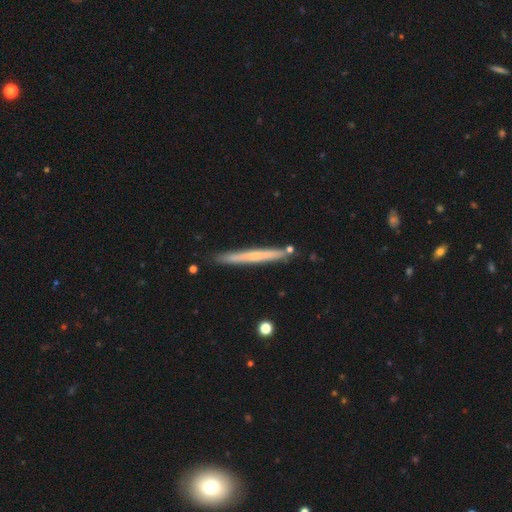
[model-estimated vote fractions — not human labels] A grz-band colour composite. It shows a smooth galaxy with no disk features (48%). Merging: none (87%).